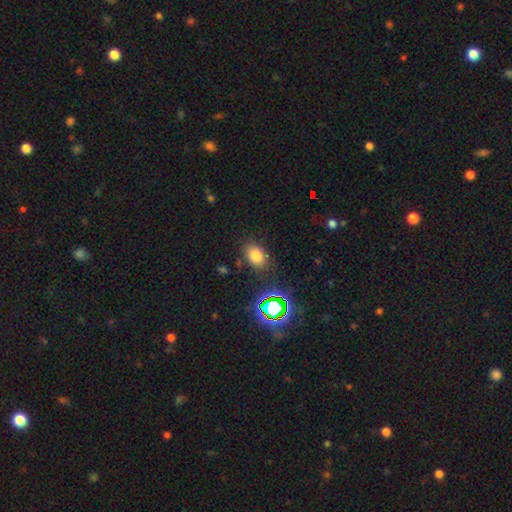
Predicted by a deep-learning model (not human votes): This appears to be a smooth galaxy with no disk features (74%) that is in between round and cigar-shaped (78%). Merging: none (80%).